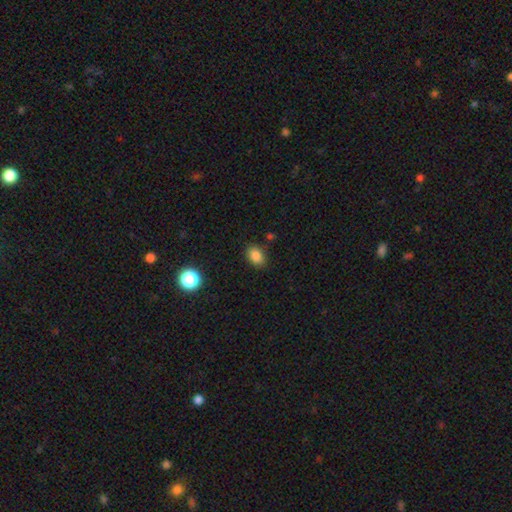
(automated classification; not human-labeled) A smooth galaxy with no disk features (85%) that is in between round and cigar-shaped (74%). Merging: none (84%).